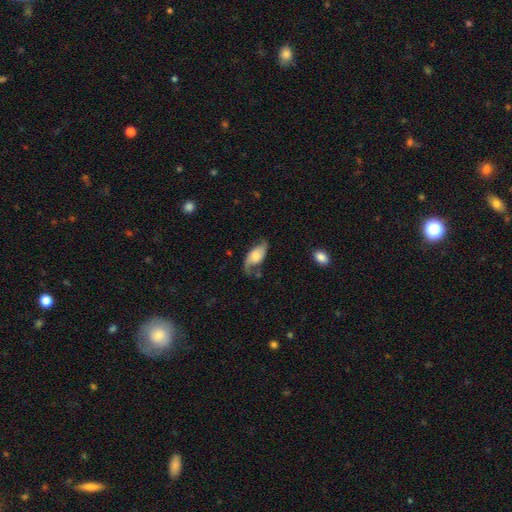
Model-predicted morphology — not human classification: Smooth or featured? featured or disk (61%)
Edge-on disk? no (93%)
Bar? no (64%)
Spiral arms? yes (90%)
Spiral winding? loose (63%)
Spiral arm count? 2 (78%)
Bulge size? moderate (31%)
Merging? none (53%)